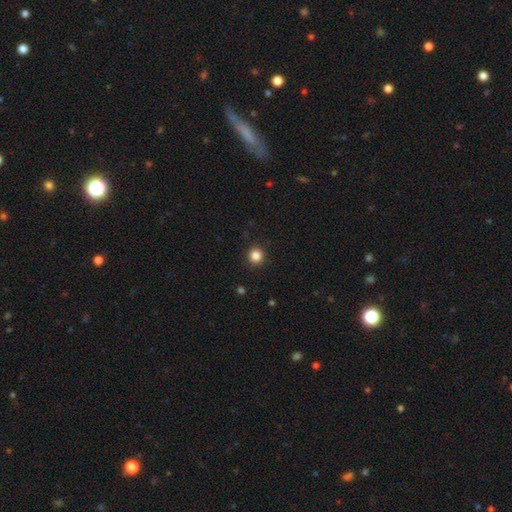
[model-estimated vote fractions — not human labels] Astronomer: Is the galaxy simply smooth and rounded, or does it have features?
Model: smooth — 85%.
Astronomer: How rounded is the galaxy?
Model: round — 94%.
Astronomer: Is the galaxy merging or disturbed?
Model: none — 92%.